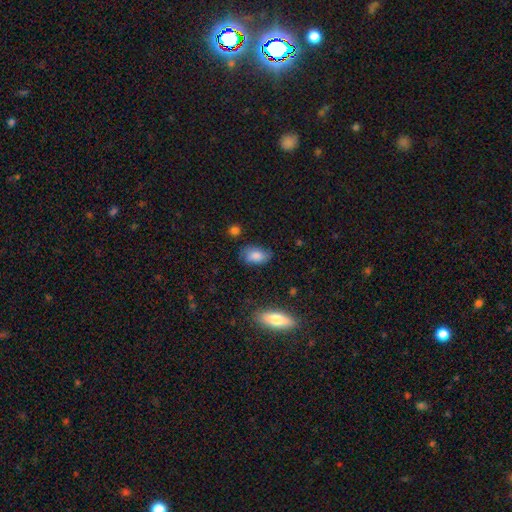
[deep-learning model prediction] This appears to be a smooth galaxy with no disk features (79%) that is in between round and cigar-shaped (90%). Merging: none (67%).